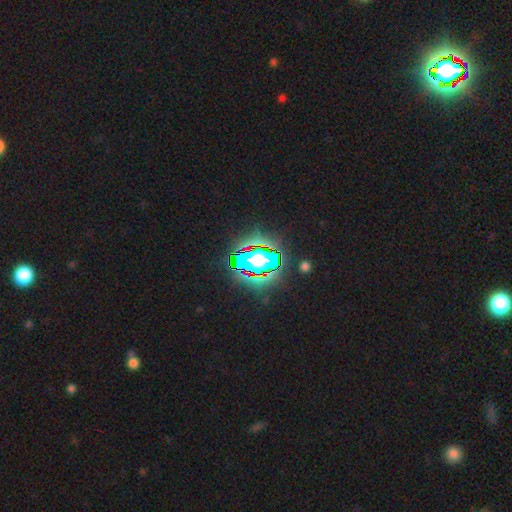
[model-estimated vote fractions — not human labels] A star or artifact, not a galaxy (84%).